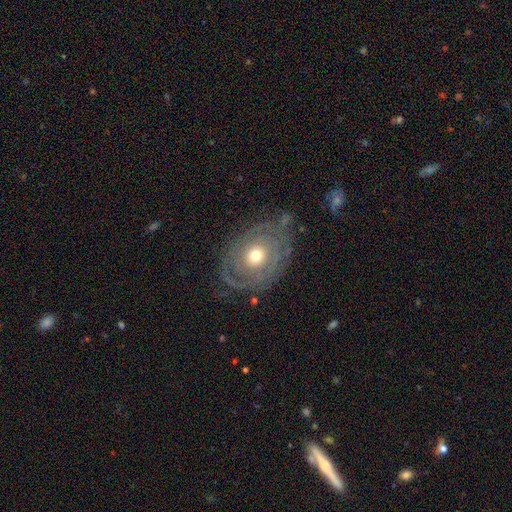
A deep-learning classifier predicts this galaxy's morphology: Smooth or featured?
  - featured or disk: 70% *
  - smooth: 22%
  - star or artifact: 7%
Edge-on disk?
  - no: 94% *
  - yes: 6%
Bar?
  - no: 86% *
  - weak: 11%
  - strong: 3%
Spiral arms?
  - yes: 66% *
  - no: 34%
Bulge size?
  - moderate: 62% *
  - small: 31%
  - large: 5%
  - dominant: 1%
  - none: 1%
Merging?
  - none: 72% *
  - minor disturbance: 17%
  - major disturbance: 9%
  - merger: 2%